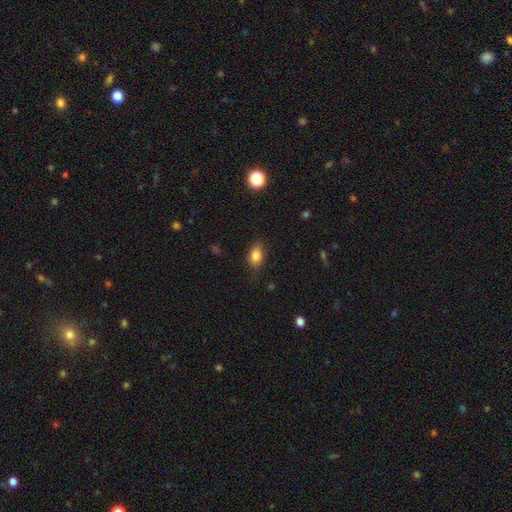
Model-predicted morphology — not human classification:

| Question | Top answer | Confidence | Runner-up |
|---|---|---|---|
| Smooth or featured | smooth | 85% | star or artifact (9%) |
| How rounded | in between | 84% | round (13%) |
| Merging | none | 78% | minor disturbance (17%) |